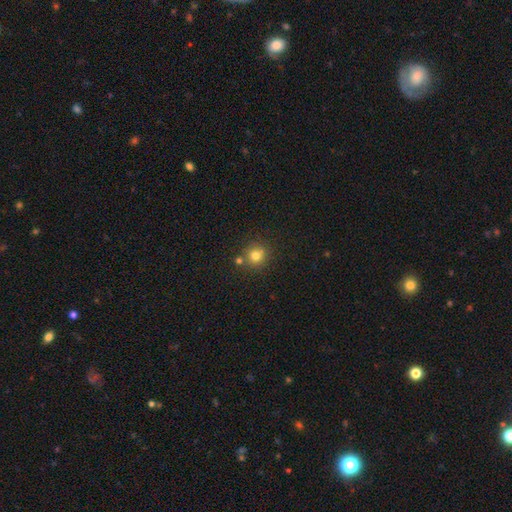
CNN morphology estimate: type=smooth (78%); roundness=round (91%); merging=none (75%).